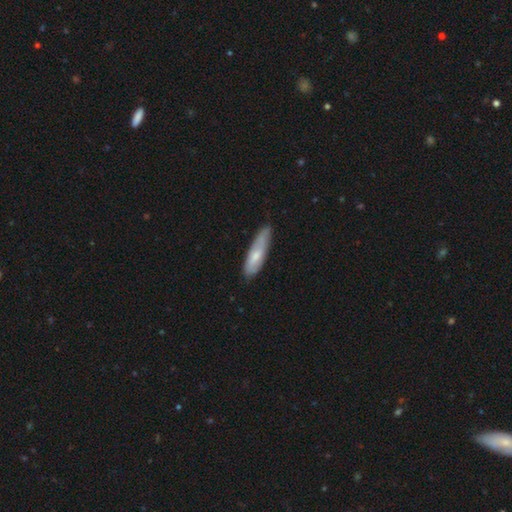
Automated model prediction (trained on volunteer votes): This is likely a smooth galaxy (65%). How rounded: likely cigar-shaped (64%). Merging: likely none (67%).